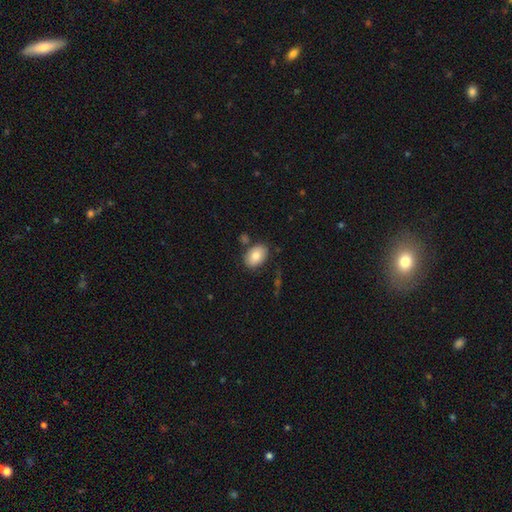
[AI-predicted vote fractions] This is clearly a smooth galaxy (81%). How rounded: clearly in between (86%). Merging: likely none (80%).